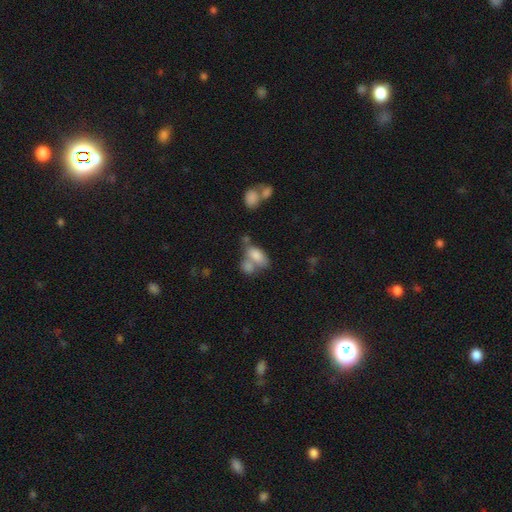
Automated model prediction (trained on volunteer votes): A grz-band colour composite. It shows a smooth galaxy with no disk features (63%) that is in between round and cigar-shaped (84%). Merging: merger (42%).